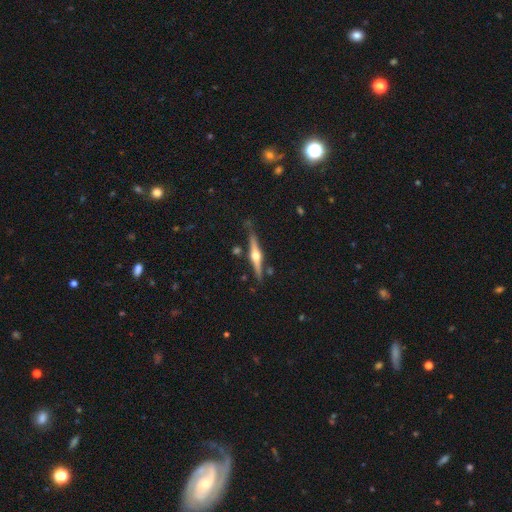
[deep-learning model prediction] Overall: featured or disk (78%). Edge-on disk: yes (98%). Edge-on bulge: rounded (95%). Merging: none (81%).